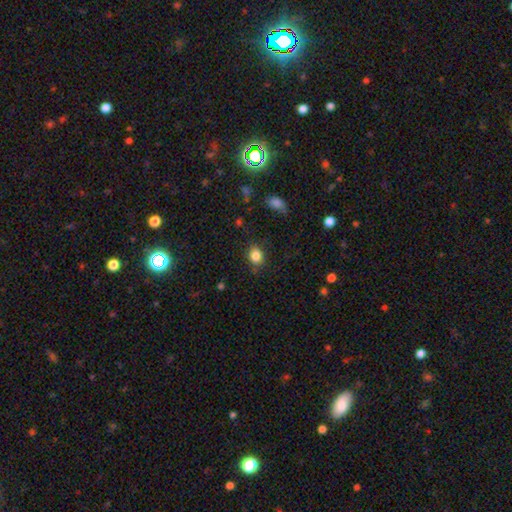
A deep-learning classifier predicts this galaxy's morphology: A smooth galaxy with no disk features (84%) that is round (53%). Merging: none (80%).